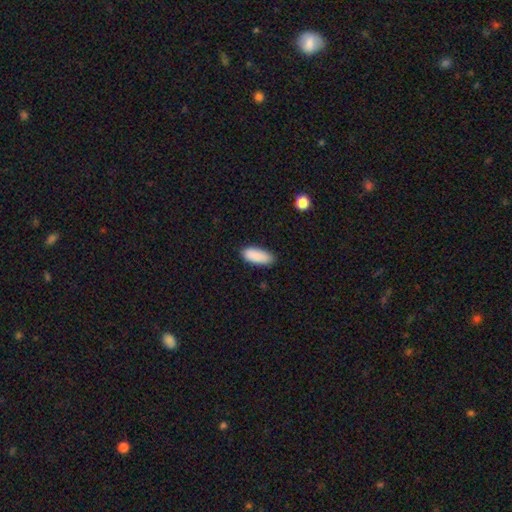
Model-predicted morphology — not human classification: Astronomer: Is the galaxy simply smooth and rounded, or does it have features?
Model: smooth — 90%.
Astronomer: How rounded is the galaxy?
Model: in between — 85%.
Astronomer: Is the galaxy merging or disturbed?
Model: none — 82%.